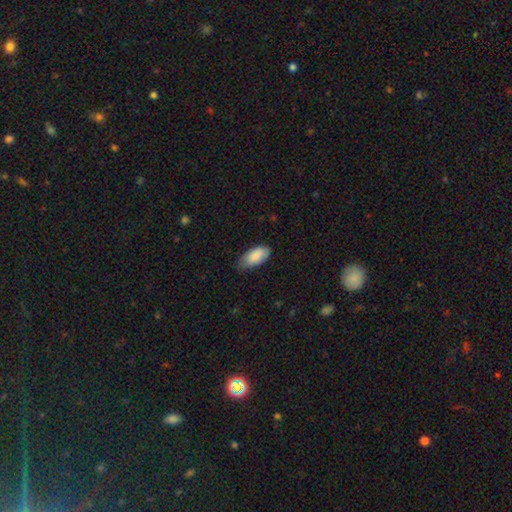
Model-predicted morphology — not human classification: Smooth or featured? smooth (88%)
How rounded? in between (92%)
Merging? none (68%)